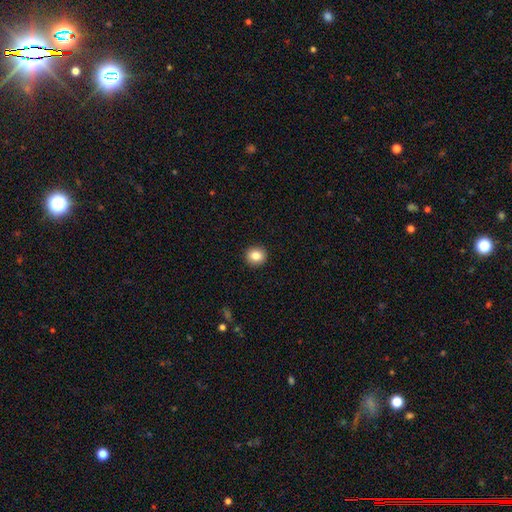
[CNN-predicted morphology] Smooth or featured? Predicted: smooth (p=0.84). How rounded? Predicted: round (p=0.86). Merging? Predicted: none (p=0.93).